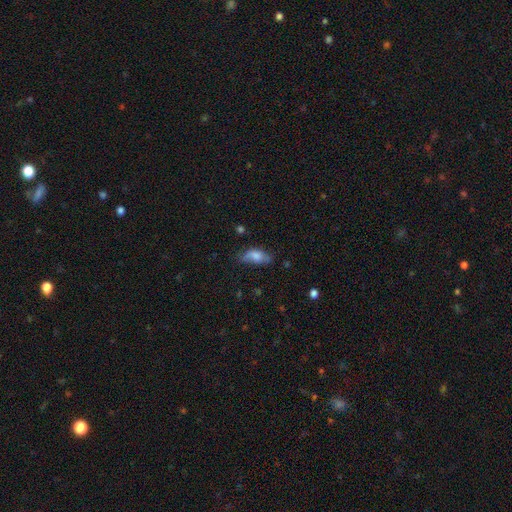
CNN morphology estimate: A smooth galaxy with no disk features (67%) that is in between round and cigar-shaped (85%).

Vote fractions:
- Smooth or featured? smooth: 67% / featured or disk: 24% / star or artifact: 9%
- How rounded? in between: 85% / cigar-shaped: 10% / round: 5%
- Merging? none: 46% / minor disturbance: 35% / major disturbance: 15% / merger: 3%